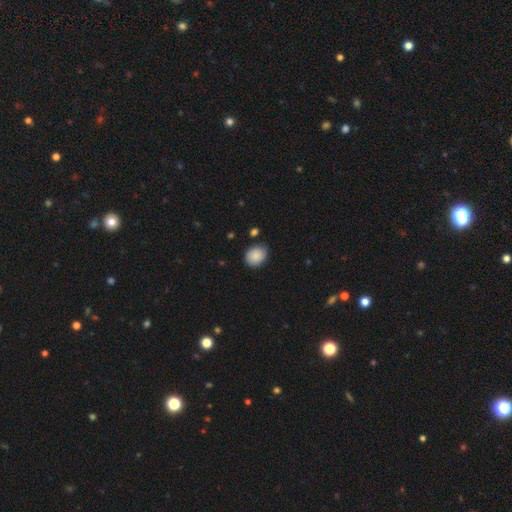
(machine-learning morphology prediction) This is clearly a smooth galaxy (88%). How rounded: possibly round (59%). Merging: likely none (79%).